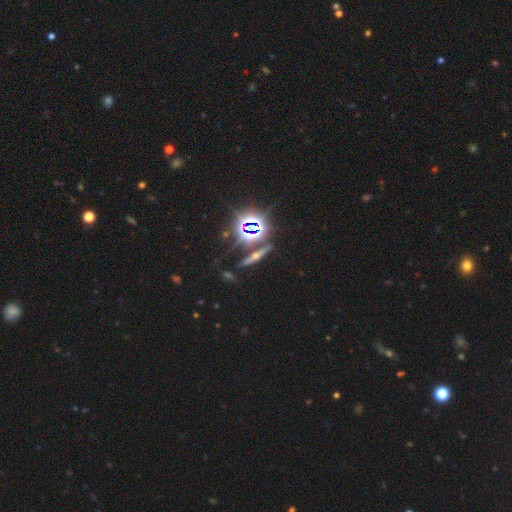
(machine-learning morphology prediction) featured or disk 44%, star or artifact 39%, smooth 17%. Down the decision tree: merging — none (79%).